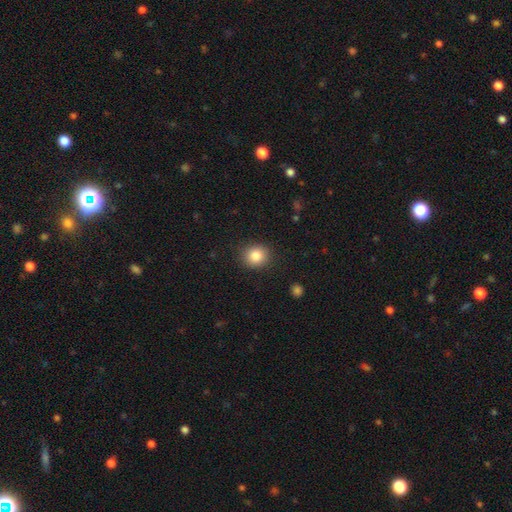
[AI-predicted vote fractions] Q: Smooth or featured?
A: smooth (84%); runner-up: star or artifact (10%)
Q: How rounded?
A: round (82%); runner-up: in between (17%)
Q: Merging?
A: none (89%); runner-up: minor disturbance (7%)